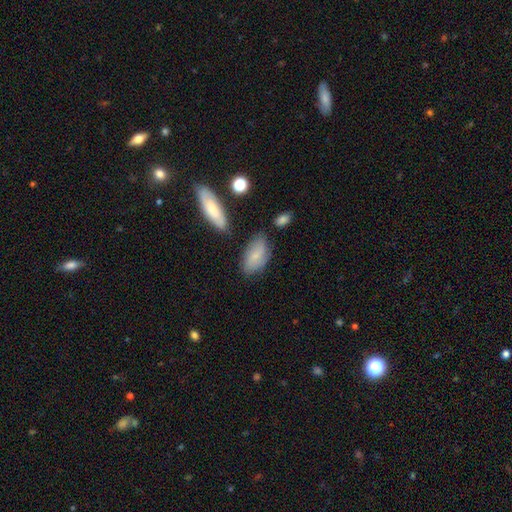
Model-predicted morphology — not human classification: smooth 69%, featured or disk 23%, star or artifact 7%. Down the decision tree: how rounded — in between (90%); merging — none (68%).